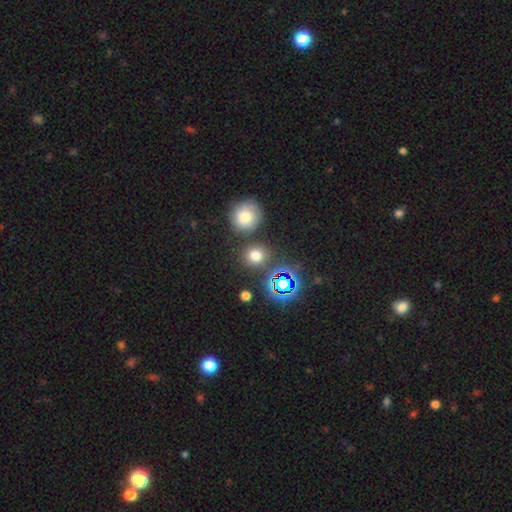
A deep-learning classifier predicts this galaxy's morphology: smooth_or_featured: smooth (p=0.68) [alt: star or artifact p=0.25]
how_rounded: round (p=0.79) [alt: in between p=0.20]
merging: none (p=0.78) [alt: merger p=0.09]